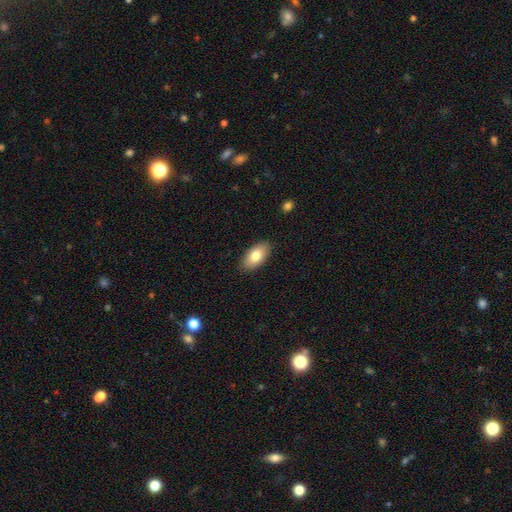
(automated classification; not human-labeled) smooth-or-featured: smooth: 78% | featured or disk: 15% | star or artifact: 7%
  how-rounded: in between: 93% | round: 3% | cigar-shaped: 3%
  merging: none: 88% | minor disturbance: 9% | major disturbance: 2% | merger: 1%